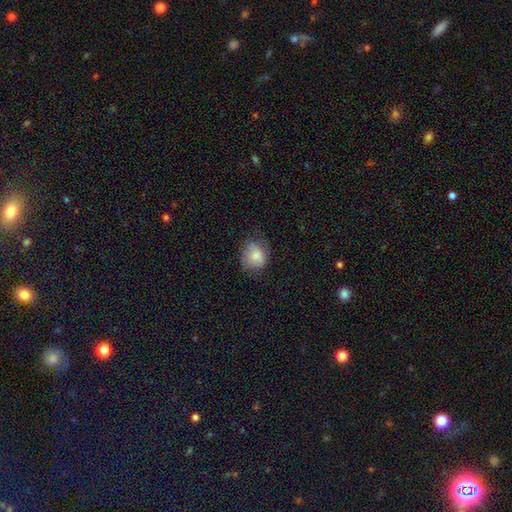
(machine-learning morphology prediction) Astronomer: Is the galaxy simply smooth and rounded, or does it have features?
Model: smooth — 78%.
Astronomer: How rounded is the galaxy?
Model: round — 63%.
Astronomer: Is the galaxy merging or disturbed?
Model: none — 61%.